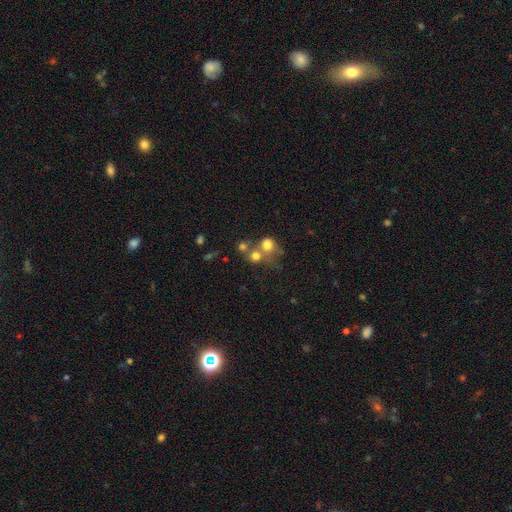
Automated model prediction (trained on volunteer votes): A smooth galaxy with no disk features (70%) that is round (83%).

Vote fractions:
- Smooth or featured? smooth: 70% / star or artifact: 15% / featured or disk: 14%
- How rounded? round: 83% / in between: 16% / cigar-shaped: 1%
- Merging? merger: 45% / none: 42% / minor disturbance: 7% / major disturbance: 5%